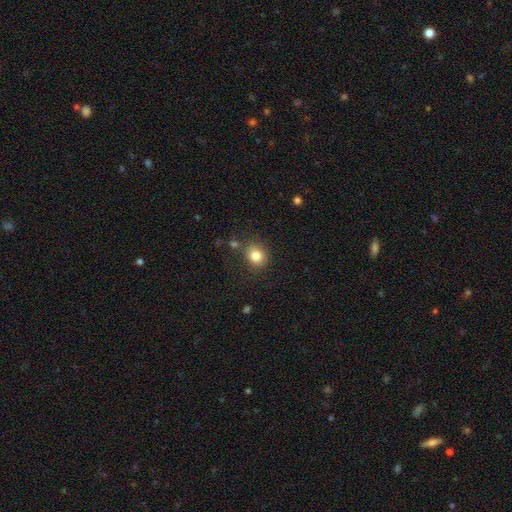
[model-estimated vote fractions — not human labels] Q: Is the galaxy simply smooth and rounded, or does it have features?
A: smooth — 83%.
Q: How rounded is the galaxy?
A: round — 78%.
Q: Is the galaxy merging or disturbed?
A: none — 81%.